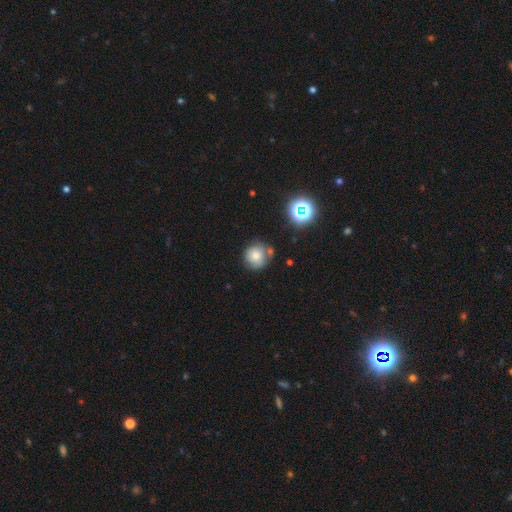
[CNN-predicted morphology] smooth 76%, star or artifact 13%, featured or disk 11%. Down the decision tree: how rounded — round (93%); merging — none (69%).